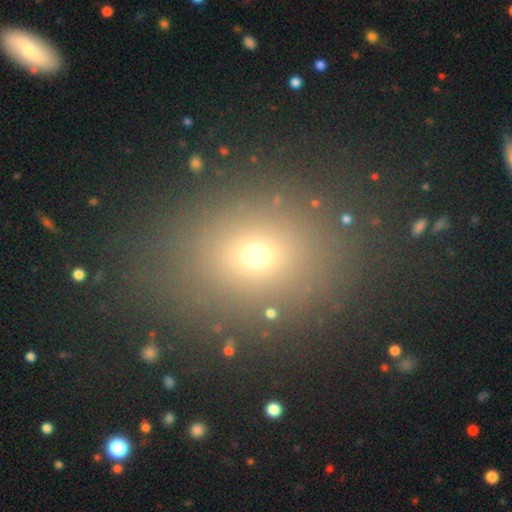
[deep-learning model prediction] A smooth galaxy with no disk features (65%) that is round (53%). Merging: none (84%).